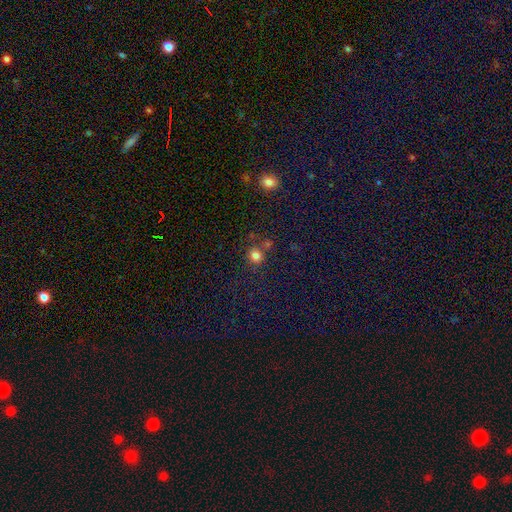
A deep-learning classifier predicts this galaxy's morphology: Smooth or featured? smooth (79%)
How rounded? round (86%)
Merging? none (71%)